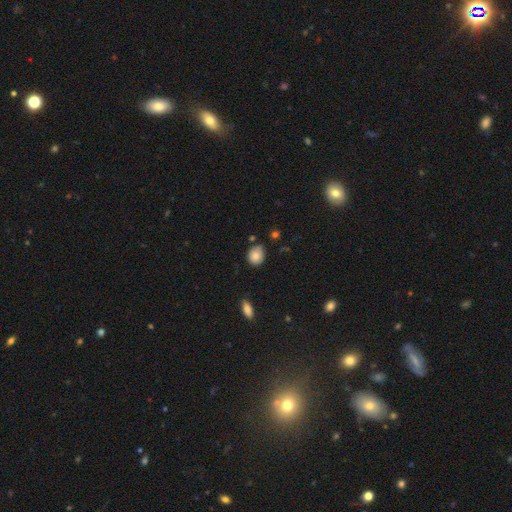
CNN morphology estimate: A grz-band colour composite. It shows a smooth galaxy with no disk features (83%) that is round (64%). Merging: none (72%).